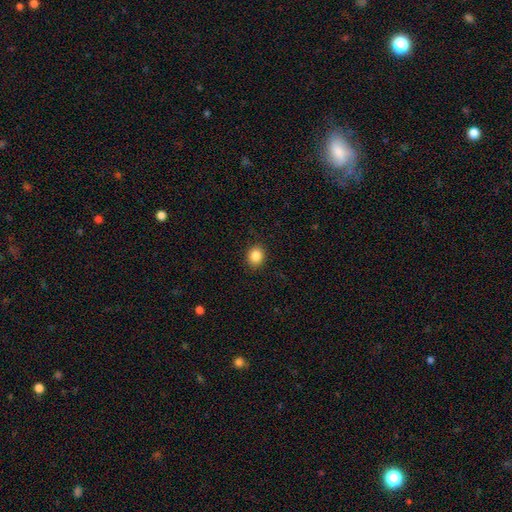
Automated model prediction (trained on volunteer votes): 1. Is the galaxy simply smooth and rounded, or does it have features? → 86% smooth, 10% star or artifact, 5% featured or disk.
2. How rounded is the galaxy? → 63% round, 36% in between, 1% cigar-shaped.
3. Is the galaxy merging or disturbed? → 90% none, 7% minor disturbance, 2% major disturbance, 1% merger.